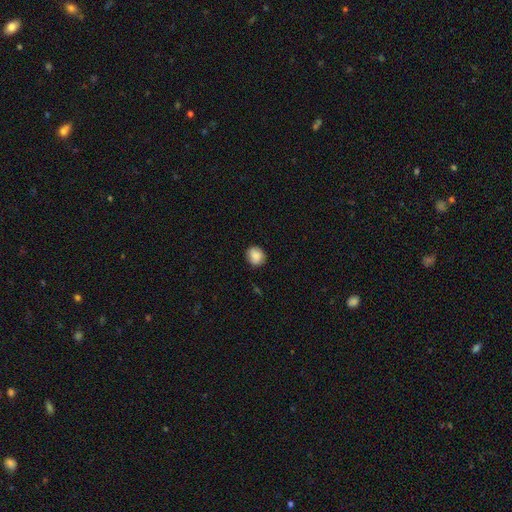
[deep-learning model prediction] A smooth galaxy with no disk features (87%) that is round (73%).

Vote fractions:
- Smooth or featured? smooth: 87% / star or artifact: 8% / featured or disk: 5%
- How rounded? round: 73% / in between: 26% / cigar-shaped: 1%
- Merging? none: 85% / minor disturbance: 12% / major disturbance: 2% / merger: 1%